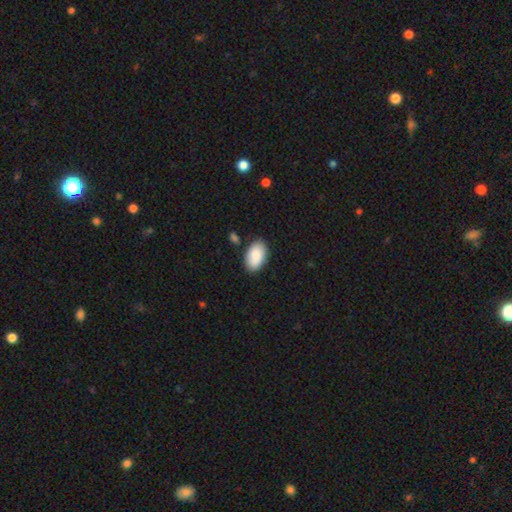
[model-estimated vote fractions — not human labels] Smooth or featured?
  - smooth: 88% *
  - featured or disk: 6%
  - star or artifact: 6%
How rounded?
  - in between: 95% *
  - round: 4%
  - cigar-shaped: 1%
Merging?
  - none: 82% *
  - minor disturbance: 12%
  - merger: 3%
  - major disturbance: 3%